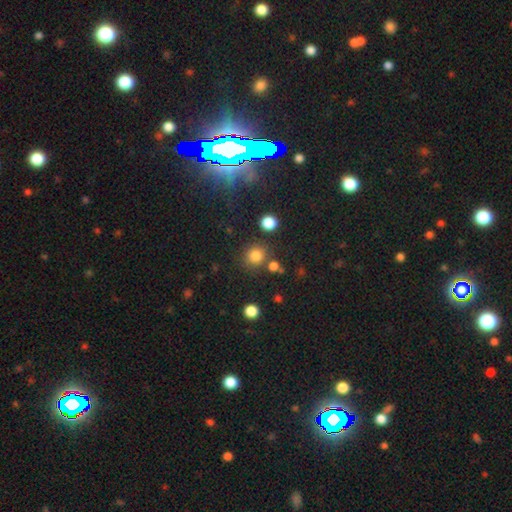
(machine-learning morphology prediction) The model was most divided on "smooth or featured": smooth: 81%, star or artifact: 14%, featured or disk: 5%. More confident: how rounded — round (87%); merging — none (77%).